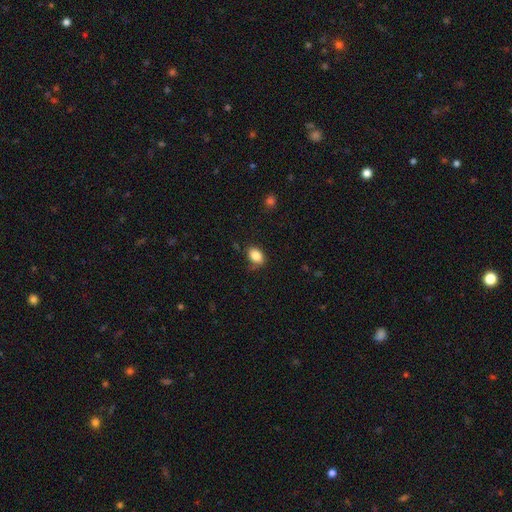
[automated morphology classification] This is clearly a smooth galaxy (85%). How rounded: likely in between (78%). Merging: likely none (71%).